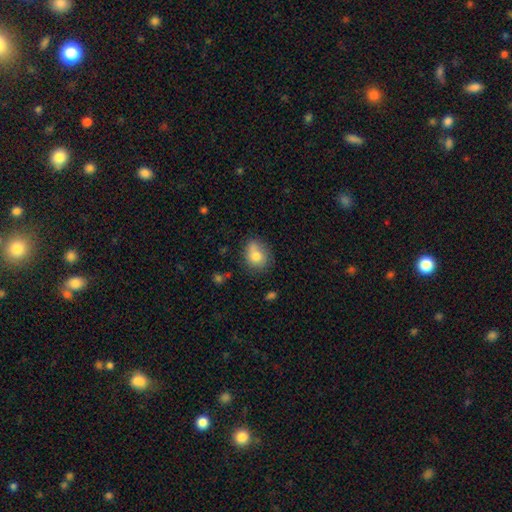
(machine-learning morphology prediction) smooth 77%, featured or disk 13%, star or artifact 9%. Down the decision tree: how rounded — round (59%); merging — none (56%).